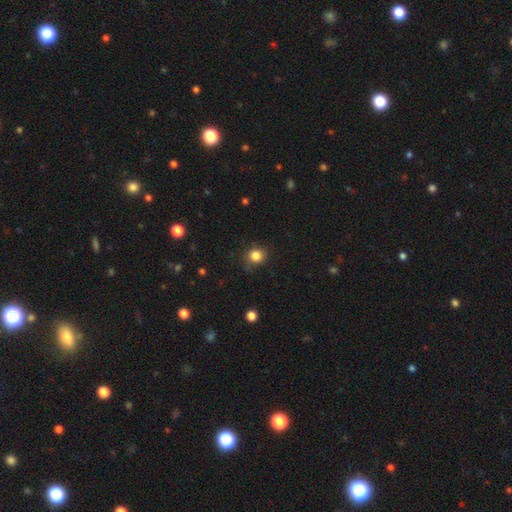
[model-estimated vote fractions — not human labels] smooth_or_featured: smooth (p=0.84) [alt: star or artifact p=0.12]
how_rounded: round (p=0.85) [alt: in between p=0.14]
merging: none (p=0.79) [alt: minor disturbance p=0.16]